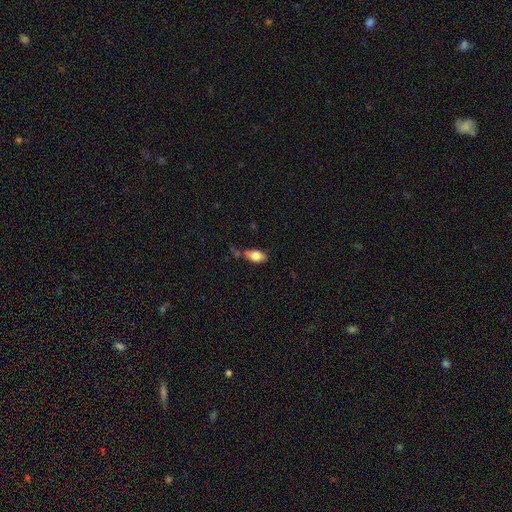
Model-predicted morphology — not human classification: type=smooth (79%); roundness=in between (88%); merging=none (52%).